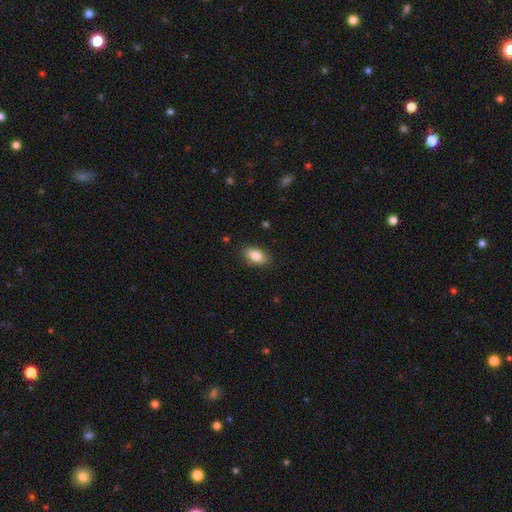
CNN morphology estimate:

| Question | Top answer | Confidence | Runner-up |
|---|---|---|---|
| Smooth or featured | smooth | 85% | featured or disk (8%) |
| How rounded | in between | 90% | round (7%) |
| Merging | none | 87% | minor disturbance (10%) |